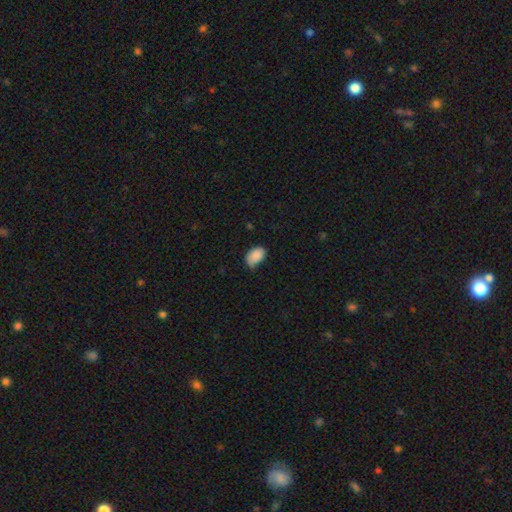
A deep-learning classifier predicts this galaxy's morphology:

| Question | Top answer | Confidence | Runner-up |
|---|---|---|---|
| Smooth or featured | smooth | 87% | star or artifact (7%) |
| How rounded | in between | 87% | round (12%) |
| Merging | none | 49% | minor disturbance (40%) |